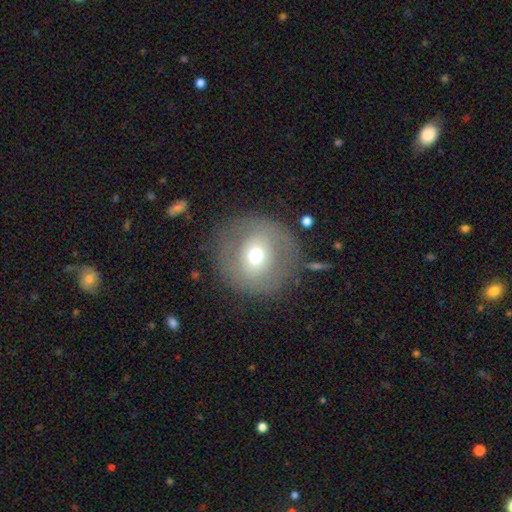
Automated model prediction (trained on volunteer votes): A smooth galaxy with no disk features (55%) that is round (91%). Merging: none (79%).